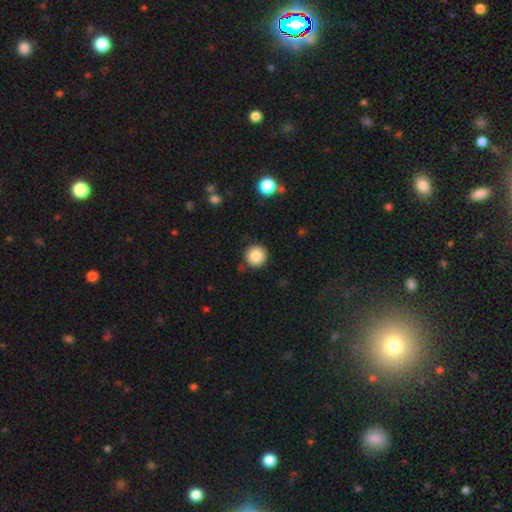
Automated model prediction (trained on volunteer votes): smooth-or-featured: smooth: 85% | star or artifact: 9% | featured or disk: 6%
  how-rounded: round: 96% | in between: 3% | cigar-shaped: 1%
  merging: none: 89% | minor disturbance: 7% | merger: 2% | major disturbance: 2%